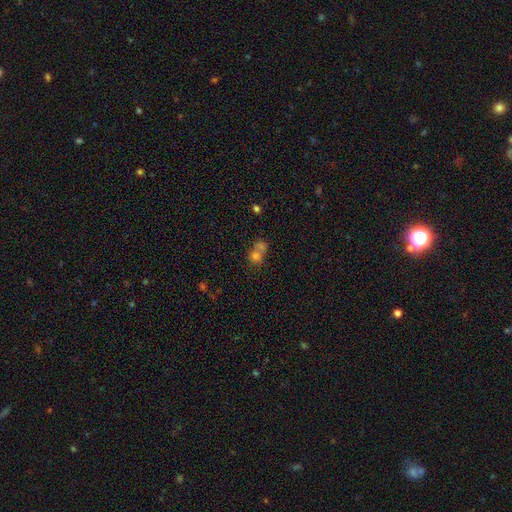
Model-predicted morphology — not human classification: smooth-or-featured: smooth: 69% | star or artifact: 16% | featured or disk: 15%
  how-rounded: round: 70% | in between: 29% | cigar-shaped: 1%
  merging: merger: 60% | none: 27% | minor disturbance: 7% | major disturbance: 5%